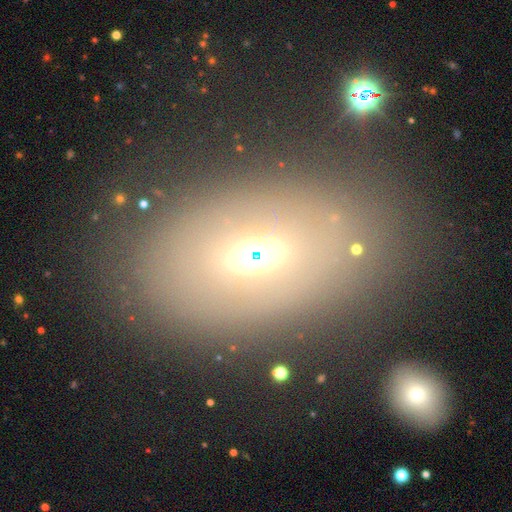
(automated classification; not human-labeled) Smooth or featured? smooth (54%)
How rounded? in between (83%)
Merging? none (73%)